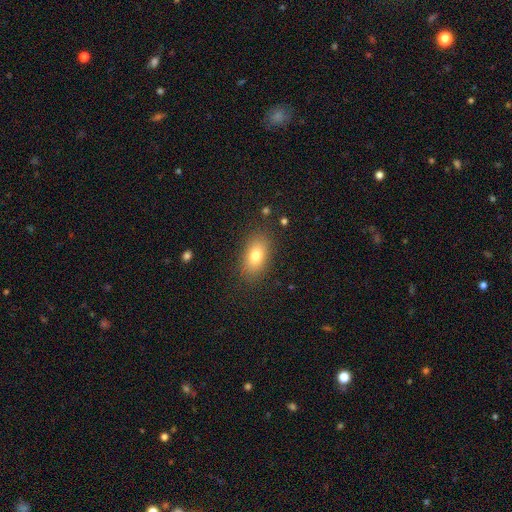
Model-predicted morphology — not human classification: Overall: smooth (77%). How rounded: in between (87%). Merging: none (85%).